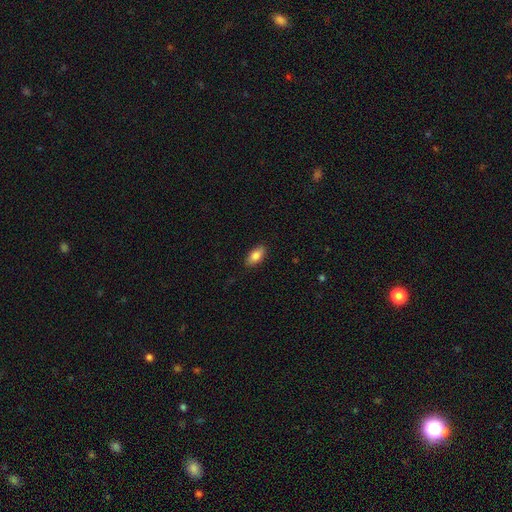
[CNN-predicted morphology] Overall: smooth (84%). How rounded: in between (90%). Merging: none (88%).